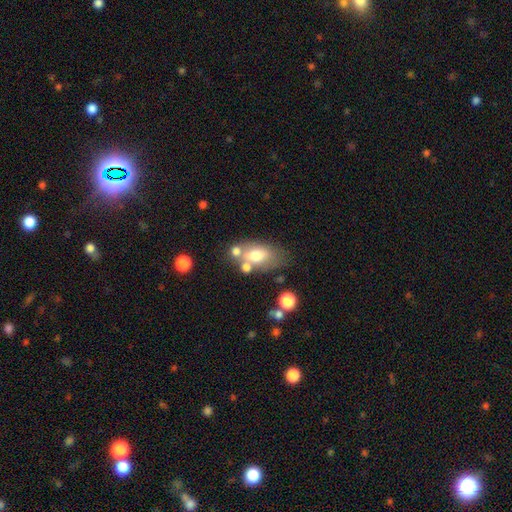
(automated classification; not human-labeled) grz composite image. It shows a smooth galaxy with no disk features (65%) that is in between round and cigar-shaped (85%). Merging: none (47%).